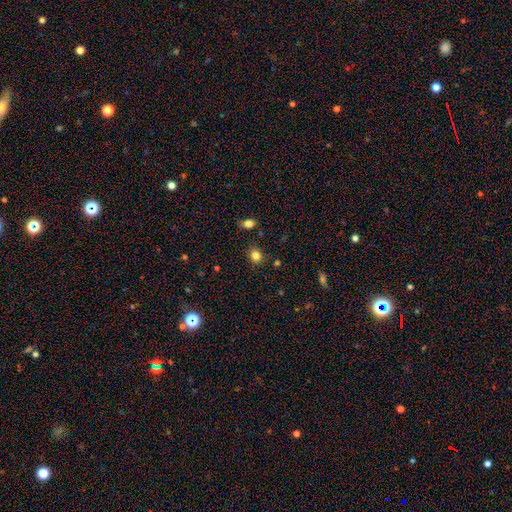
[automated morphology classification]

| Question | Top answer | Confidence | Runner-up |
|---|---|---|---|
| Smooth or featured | smooth | 82% | star or artifact (12%) |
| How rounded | round | 71% | in between (28%) |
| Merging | none | 86% | minor disturbance (9%) |